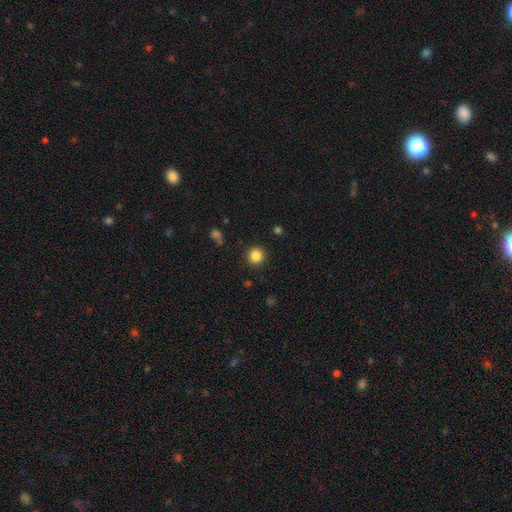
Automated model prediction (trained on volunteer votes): A smooth galaxy with no disk features (85%) that is round (94%).

Vote fractions:
- Smooth or featured? smooth: 85% / star or artifact: 11% / featured or disk: 4%
- How rounded? round: 94% / in between: 5% / cigar-shaped: 1%
- Merging? none: 91% / minor disturbance: 5% / major disturbance: 2% / merger: 1%